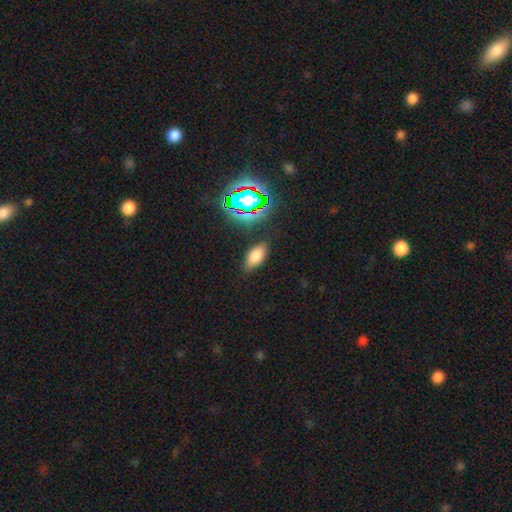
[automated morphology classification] Smooth or featured? Predicted: smooth (p=0.72). How rounded? Predicted: in between (p=0.89). Merging? Predicted: none (p=0.82).